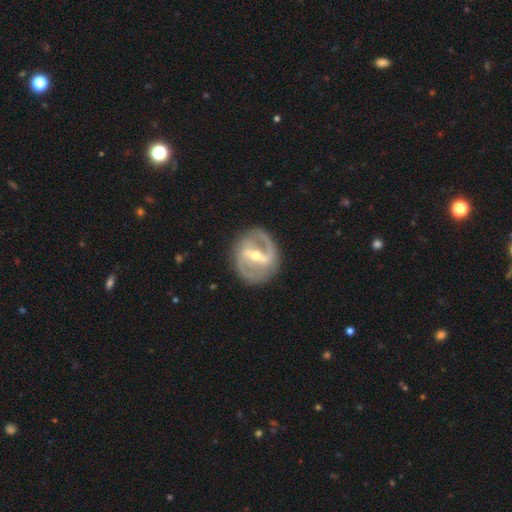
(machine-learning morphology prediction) This is clearly a featured or disk galaxy (89%). It is clearly not viewed edge-on (96%). Bar: likely strong (69%). Spiral arm pattern: clearly yes (92%). Spiral arm count: clearly 2 (89%). Spiral winding: possibly medium (51%). Central bulge: possibly moderate (49%). Merging: clearly none (84%).